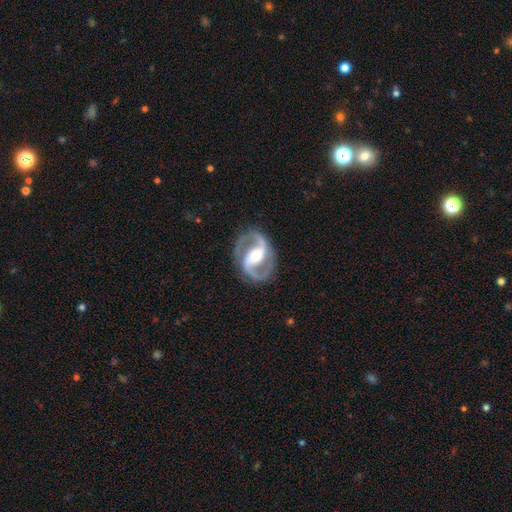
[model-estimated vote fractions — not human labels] A featured or disk galaxy (92%) with a strong bar (42%), 2 (94%) medium (61%) spiral arms (97%) and a moderate central bulge (70%).

Vote fractions:
- Smooth or featured? featured or disk: 92% / smooth: 4% / star or artifact: 4%
- Edge-on disk? no: 98% / yes: 2%
- Bar? strong: 42% / weak: 34% / no: 24%
- Spiral arms? yes: 97% / no: 3%
- Spiral winding? medium: 61% / loose: 20% / tight: 19%
- Spiral arm count? 2: 94% / can't tell: 2% / 3: 1% / 1: 1% / 4: 1% / more than 4: 1%
- Bulge size? moderate: 70% / small: 19% / large: 8% / dominant: 1% / none: 1%
- Merging? none: 86% / minor disturbance: 9% / major disturbance: 4% / merger: 1%